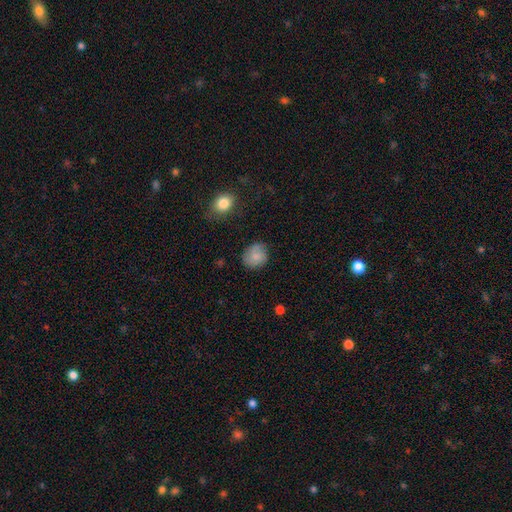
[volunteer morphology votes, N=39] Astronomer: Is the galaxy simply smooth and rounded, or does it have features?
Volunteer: smooth — 79%.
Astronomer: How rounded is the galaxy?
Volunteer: round — 71%.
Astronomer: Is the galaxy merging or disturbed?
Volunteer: none — 81%.